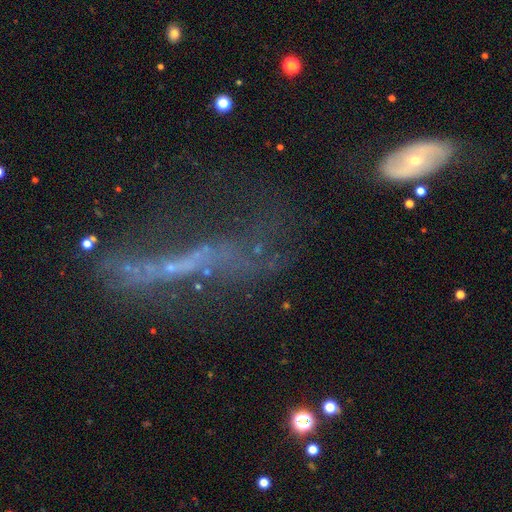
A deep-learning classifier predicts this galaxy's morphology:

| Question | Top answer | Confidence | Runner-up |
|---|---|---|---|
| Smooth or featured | featured or disk | 53% | star or artifact (24%) |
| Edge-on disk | no | 70% | yes (30%) |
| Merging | major disturbance | 40% | none (30%) |